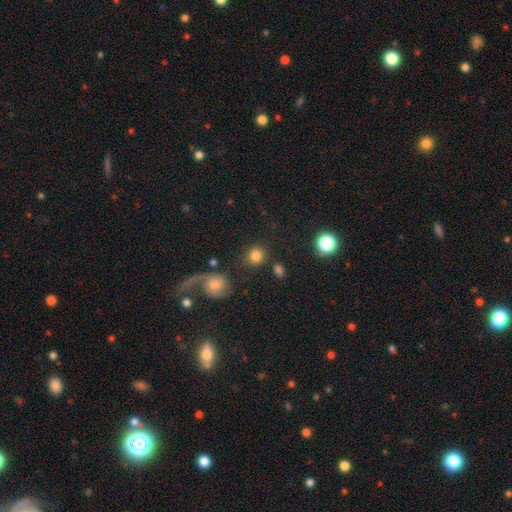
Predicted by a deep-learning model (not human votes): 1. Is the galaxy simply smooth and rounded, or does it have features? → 81% smooth, 10% star or artifact, 8% featured or disk.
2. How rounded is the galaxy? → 86% round, 13% in between, 1% cigar-shaped.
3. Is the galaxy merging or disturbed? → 78% none, 9% minor disturbance, 8% merger, 5% major disturbance.